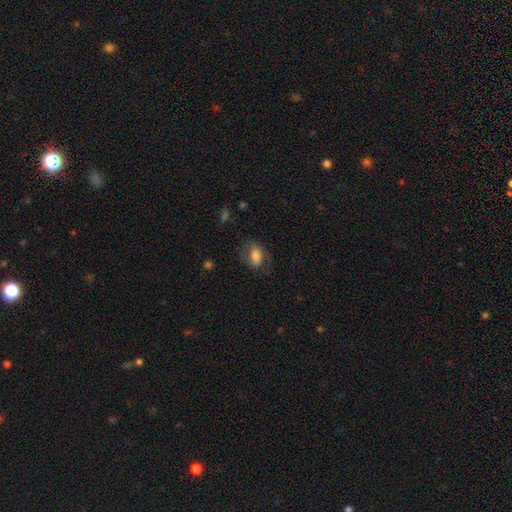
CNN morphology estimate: The model was most divided on "merging": none: 59%, minor disturbance: 21%, major disturbance: 18%, merger: 2%. More confident: how rounded — in between (87%); smooth or featured — smooth (66%).